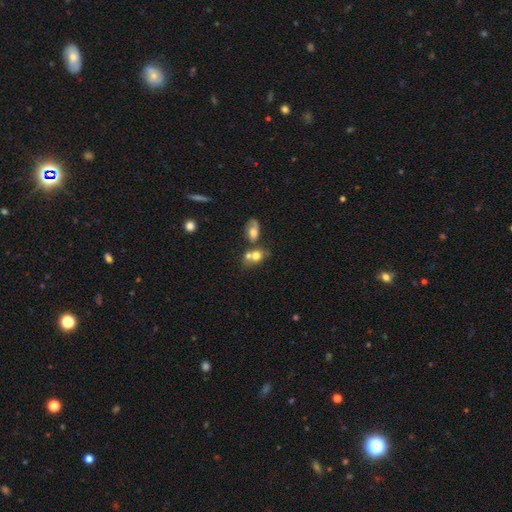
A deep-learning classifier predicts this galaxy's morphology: This appears to be a smooth galaxy with no disk features (68%) that is round (50%). Merging: merger (56%).